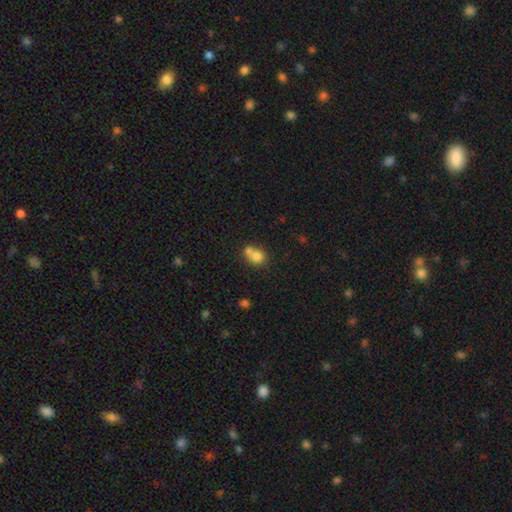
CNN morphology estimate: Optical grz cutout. It shows a smooth galaxy with no disk features (76%) that is round (67%). Merging: merger (58%).